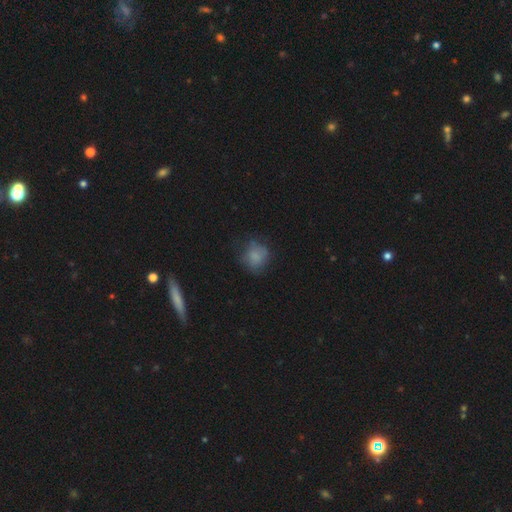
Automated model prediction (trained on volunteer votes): Smooth or featured? Predicted: smooth (p=0.73). How rounded? Predicted: round (p=0.75). Merging? Predicted: none (p=0.60).